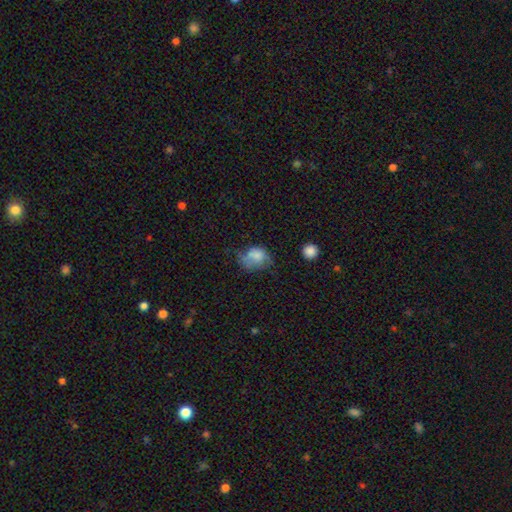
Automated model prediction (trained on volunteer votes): This appears to be a smooth galaxy with no disk features (69%) that is in between round and cigar-shaped (63%). Merging: minor disturbance (32%).